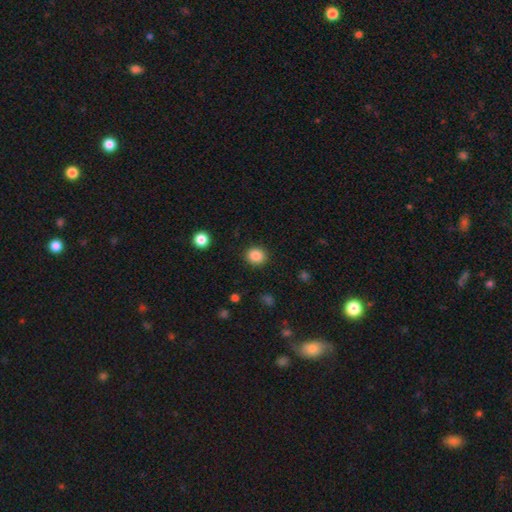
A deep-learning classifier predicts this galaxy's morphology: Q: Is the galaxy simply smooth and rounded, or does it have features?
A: smooth — 86%.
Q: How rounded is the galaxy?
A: round — 81%.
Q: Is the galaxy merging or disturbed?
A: none — 90%.